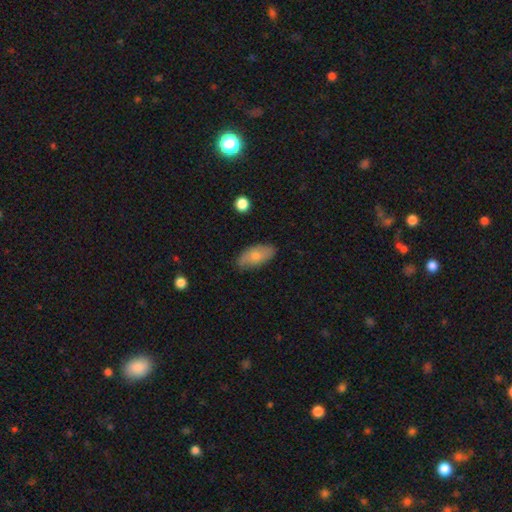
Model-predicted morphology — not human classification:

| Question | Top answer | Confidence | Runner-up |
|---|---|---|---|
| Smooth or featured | smooth | 64% | featured or disk (28%) |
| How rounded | in between | 90% | cigar-shaped (6%) |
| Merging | none | 78% | minor disturbance (18%) |